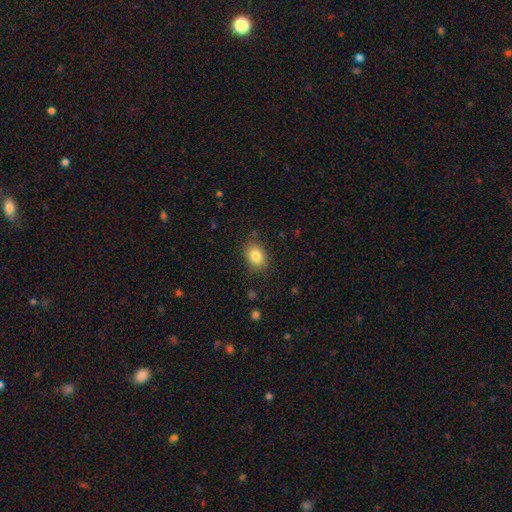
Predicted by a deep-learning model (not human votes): A smooth galaxy with no disk features (84%) that is in between round and cigar-shaped (68%).

Vote fractions:
- Smooth or featured? smooth: 84% / star or artifact: 9% / featured or disk: 7%
- How rounded? in between: 68% / round: 31% / cigar-shaped: 1%
- Merging? none: 83% / minor disturbance: 13% / major disturbance: 3% / merger: 1%